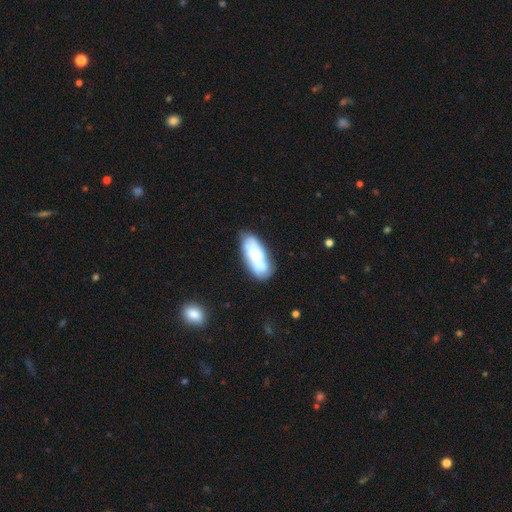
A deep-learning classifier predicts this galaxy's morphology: Overall: smooth (55%; featured or disk 38%). How rounded: in between (84%). Merging: none (65%).